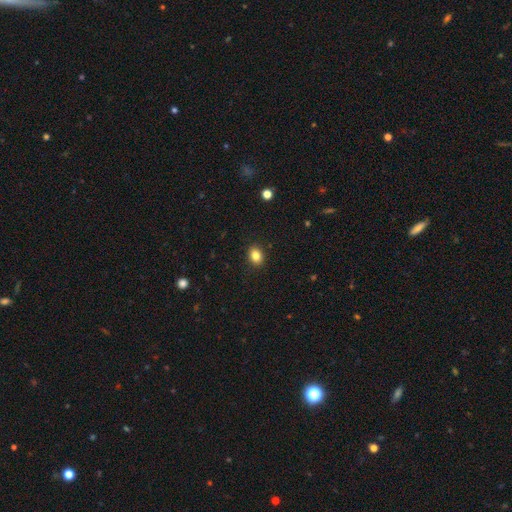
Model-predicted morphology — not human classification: The model was most divided on "how rounded": in between: 60%, round: 39%, cigar-shaped: 1%. More confident: merging — none (90%); smooth or featured — smooth (84%).